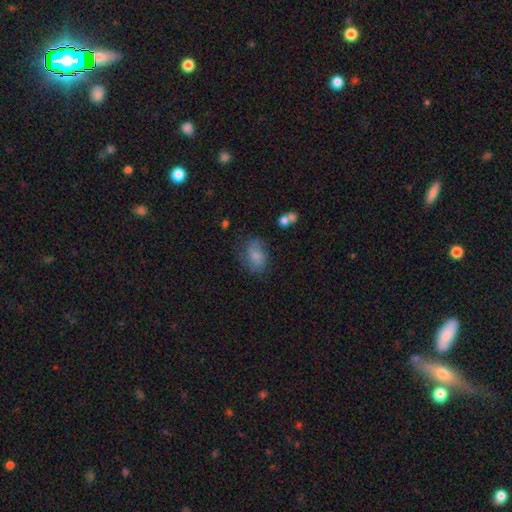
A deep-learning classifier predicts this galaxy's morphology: Overall: smooth (71%). How rounded: in between (76%). Merging: none (57%; minor disturbance 27%).